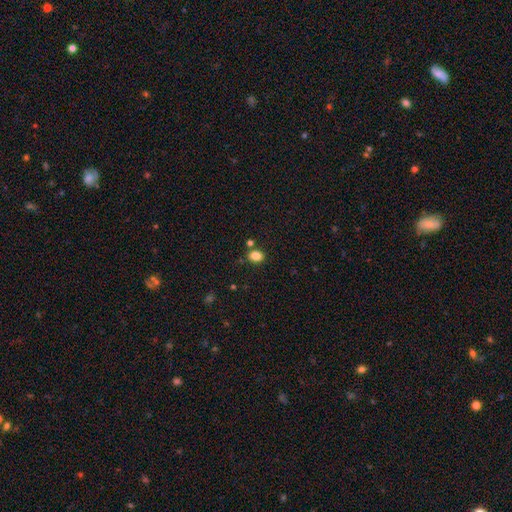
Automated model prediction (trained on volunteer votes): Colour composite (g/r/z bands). It shows a smooth galaxy with no disk features (84%) that is in between round and cigar-shaped (54%). Merging: none (79%).